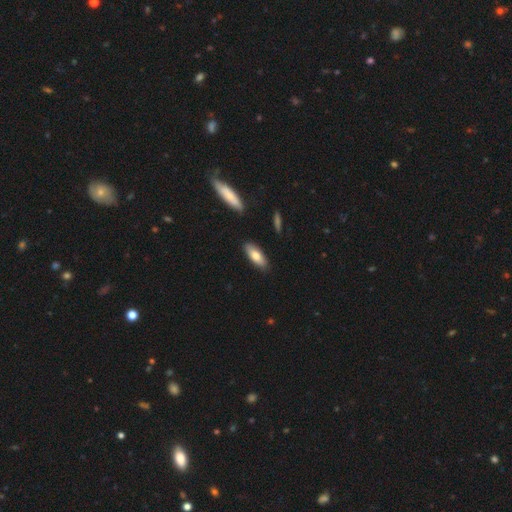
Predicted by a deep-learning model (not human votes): Smooth or featured? Predicted: smooth (p=0.77). How rounded? Predicted: in between (p=0.71). Merging? Predicted: none (p=0.86).